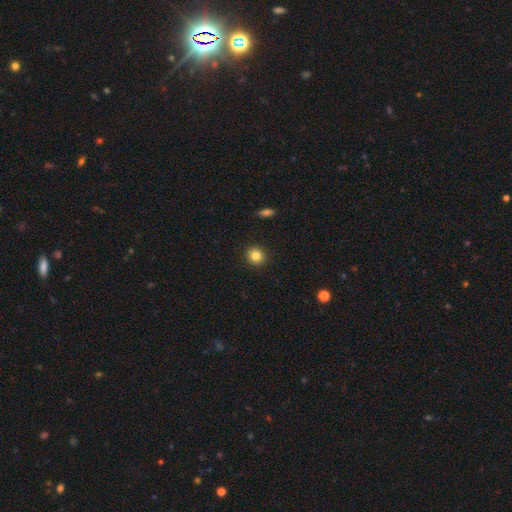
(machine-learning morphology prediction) Overall: smooth (83%). How rounded: round (90%). Merging: none (92%).